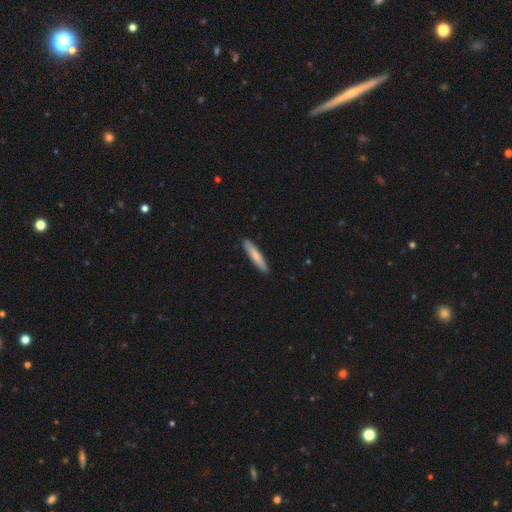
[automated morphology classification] smooth 72%, featured or disk 23%, star or artifact 5%. Down the decision tree: how rounded — cigar-shaped (88%); merging — none (90%).